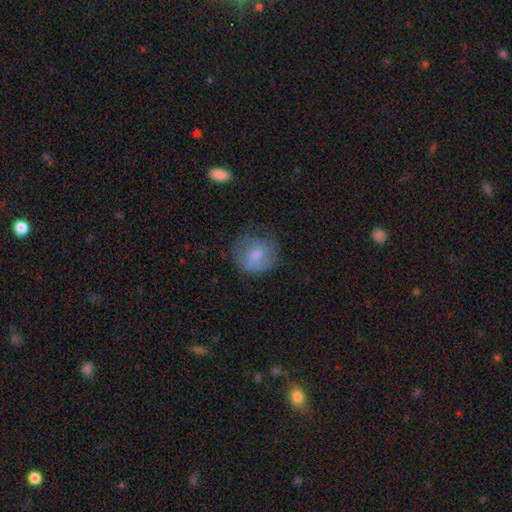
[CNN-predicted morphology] Smooth or featured: smooth — 47% (featured or disk — 46%)
Merging: none — 59% (minor disturbance — 25%)